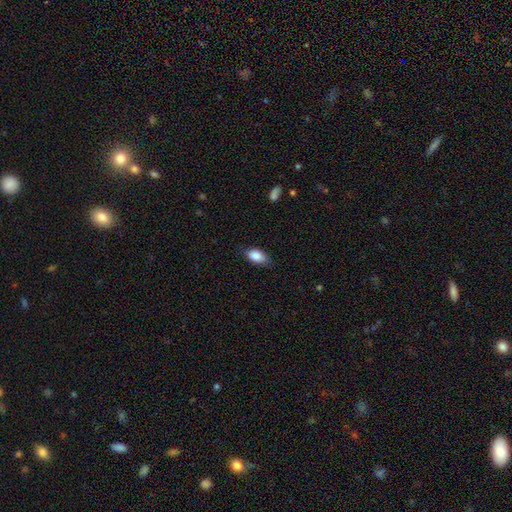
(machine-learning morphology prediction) Overall: smooth (86%). How rounded: in between (90%). Merging: none (77%).